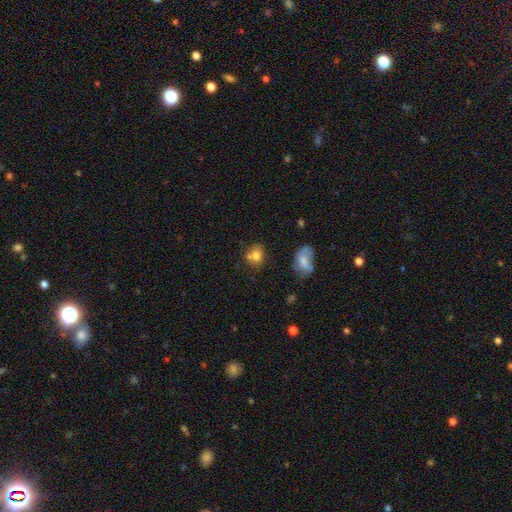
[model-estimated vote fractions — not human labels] Smooth or featured? smooth (73%)
How rounded? round (51%)
Merging? none (48%)